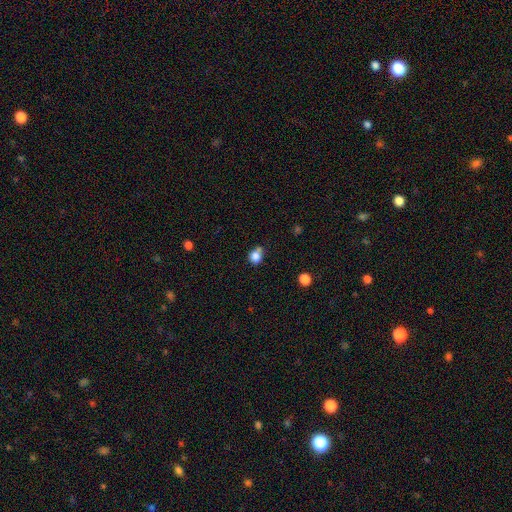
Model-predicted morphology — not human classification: The model was most divided on "merging": none: 53%, minor disturbance: 22%, merger: 19%, major disturbance: 6%. More confident: smooth or featured — smooth (83%); how rounded — round (75%).